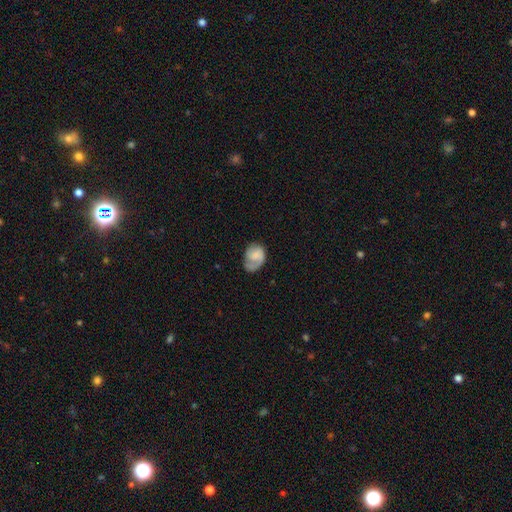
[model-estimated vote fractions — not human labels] A smooth galaxy with no disk features (49%).

Vote fractions:
- Smooth or featured? smooth: 49% / featured or disk: 44% / star or artifact: 7%
- Merging? none: 47% / minor disturbance: 27% / major disturbance: 24% / merger: 2%